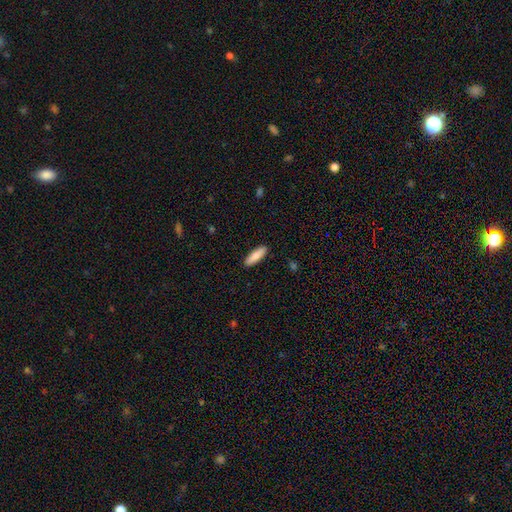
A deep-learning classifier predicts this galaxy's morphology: Smooth or featured? smooth (82%)
How rounded? cigar-shaped (56%)
Merging? none (90%)